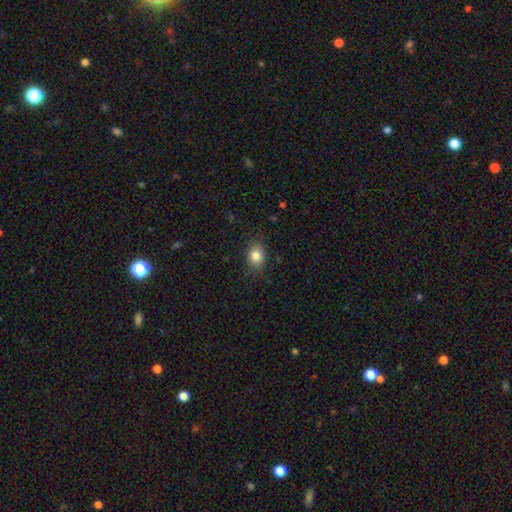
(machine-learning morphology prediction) smooth-or-featured: smooth: 83% | star or artifact: 10% | featured or disk: 7%
  how-rounded: in between: 55% | round: 44% | cigar-shaped: 1%
  merging: none: 83% | minor disturbance: 13% | major disturbance: 3% | merger: 1%